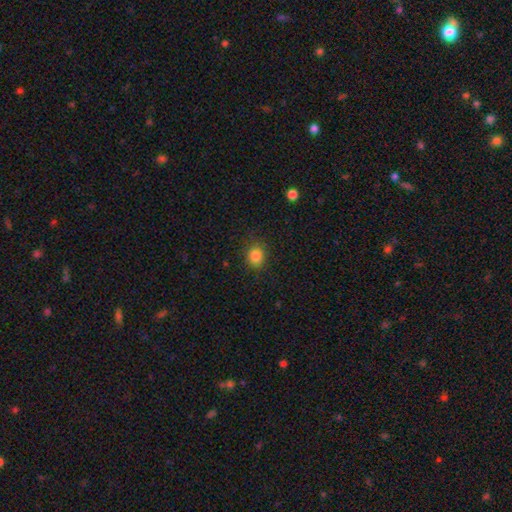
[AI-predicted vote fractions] Q: Smooth or featured?
A: smooth (85%); runner-up: star or artifact (11%)
Q: How rounded?
A: round (59%); runner-up: in between (40%)
Q: Merging?
A: none (85%); runner-up: minor disturbance (11%)